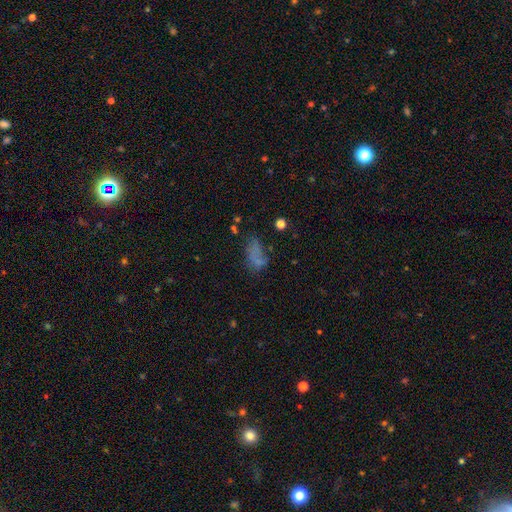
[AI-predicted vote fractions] Smooth or featured? smooth (56%)
How rounded? in between (84%)
Merging? none (38%)